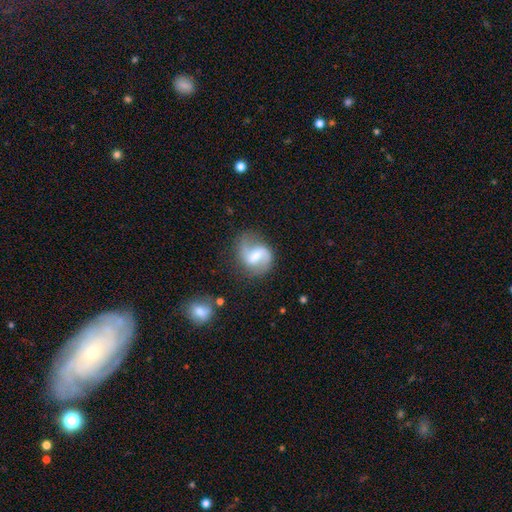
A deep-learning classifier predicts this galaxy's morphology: A featured or disk galaxy (75%) with a weak bar (53%), 2 (87%) loose (53%) spiral arms (92%) and a moderate central bulge (49%).

Vote fractions:
- Smooth or featured? featured or disk: 75% / smooth: 18% / star or artifact: 7%
- Edge-on disk? no: 98% / yes: 2%
- Bar? weak: 53% / strong: 29% / no: 18%
- Spiral arms? yes: 92% / no: 8%
- Spiral winding? loose: 53% / medium: 38% / tight: 9%
- Spiral arm count? 2: 87% / 1: 6% / can't tell: 4% / 3: 1% / 4: 1% / more than 4: 1%
- Bulge size? moderate: 49% / small: 32% / large: 10% / none: 8% / dominant: 2%
- Merging? none: 69% / minor disturbance: 19% / major disturbance: 10% / merger: 2%